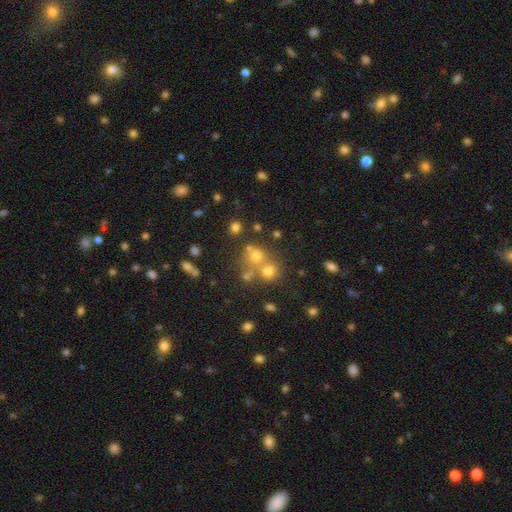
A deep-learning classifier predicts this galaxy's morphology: The model was most divided on "merging": none: 50%, merger: 37%, minor disturbance: 9%, major disturbance: 5%. More confident: how rounded — round (82%); smooth or featured — smooth (62%).